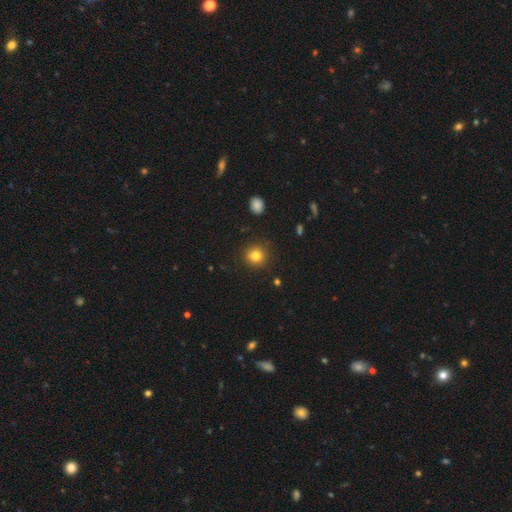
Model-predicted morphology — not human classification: Overall: smooth (81%). How rounded: round (92%). Merging: none (90%).